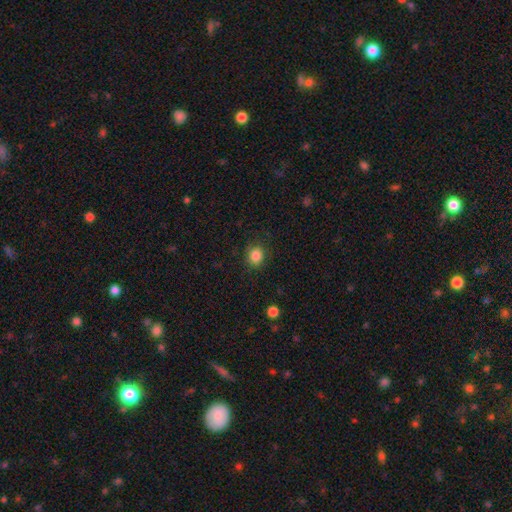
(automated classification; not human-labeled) A smooth galaxy with no disk features (85%) that is round (78%).

Vote fractions:
- Smooth or featured? smooth: 85% / star or artifact: 11% / featured or disk: 4%
- How rounded? round: 78% / in between: 21% / cigar-shaped: 1%
- Merging? none: 85% / minor disturbance: 10% / major disturbance: 3% / merger: 1%